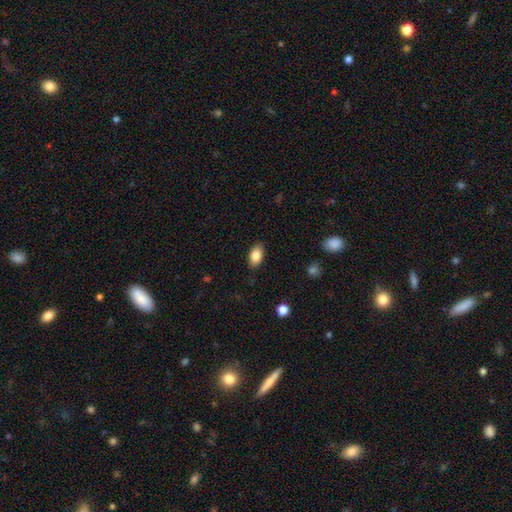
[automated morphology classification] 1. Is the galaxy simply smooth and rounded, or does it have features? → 84% smooth, 8% featured or disk, 8% star or artifact.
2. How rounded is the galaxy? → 91% in between, 6% round, 3% cigar-shaped.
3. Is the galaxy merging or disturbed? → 85% none, 12% minor disturbance, 2% major disturbance, 1% merger.